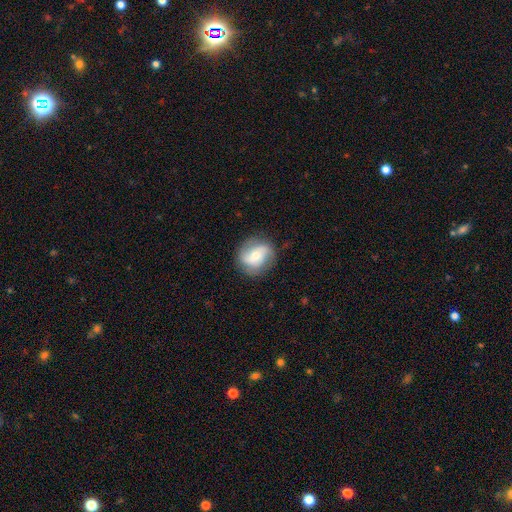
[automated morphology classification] type=featured or disk (55%); edge-on=no (96%); bar=no (52%); spiral arms=yes (81%); bulge=moderate (47%); merging=none (79%).